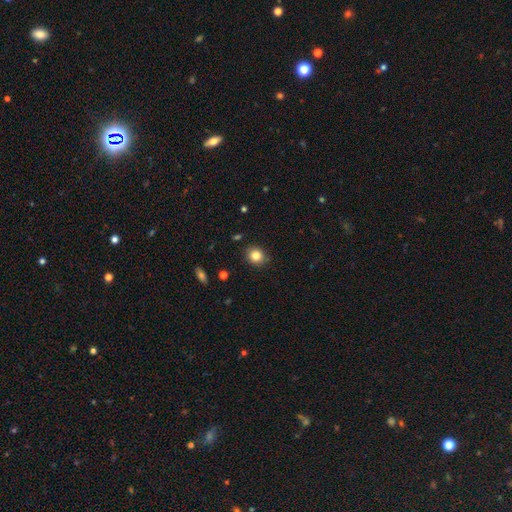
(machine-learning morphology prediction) Smooth or featured? Predicted: smooth (p=0.84). How rounded? Predicted: round (p=0.82). Merging? Predicted: none (p=0.87).